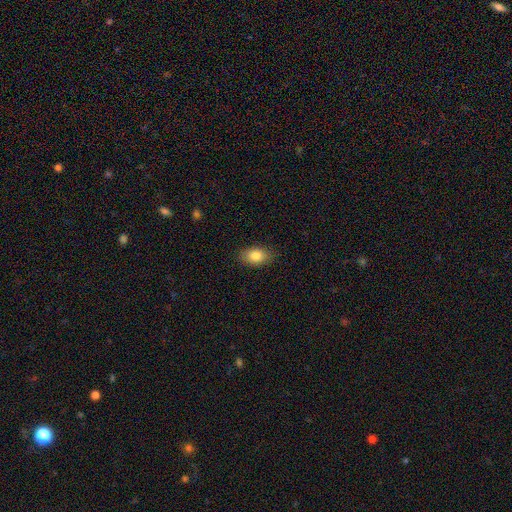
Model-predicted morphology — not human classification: A smooth galaxy with no disk features (85%) that is in between round and cigar-shaped (87%).

Vote fractions:
- Smooth or featured? smooth: 85% / star or artifact: 8% / featured or disk: 7%
- How rounded? in between: 87% / round: 11% / cigar-shaped: 2%
- Merging? none: 85% / minor disturbance: 11% / major disturbance: 3% / merger: 1%